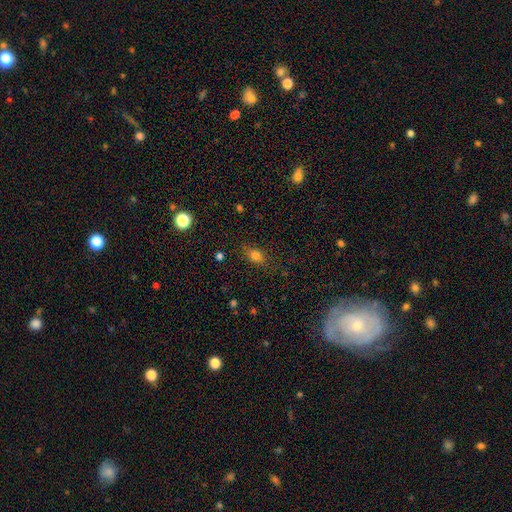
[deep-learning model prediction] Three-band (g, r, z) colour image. It shows a smooth galaxy with no disk features (78%) that is in between round and cigar-shaped (67%). Merging: none (80%).